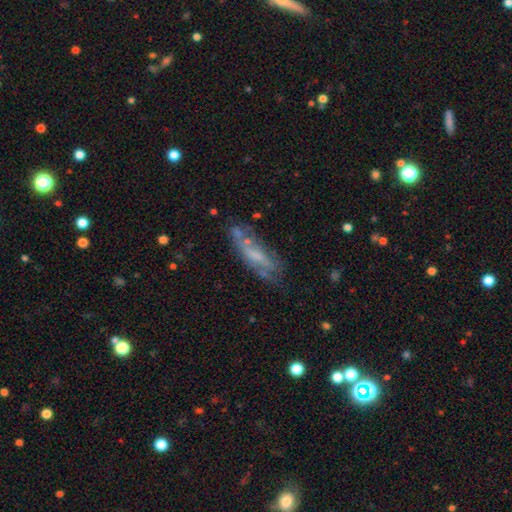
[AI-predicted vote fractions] This is possibly a featured or disk galaxy (51%). It is likely not viewed edge-on (67%). Merging: possibly none (54%).